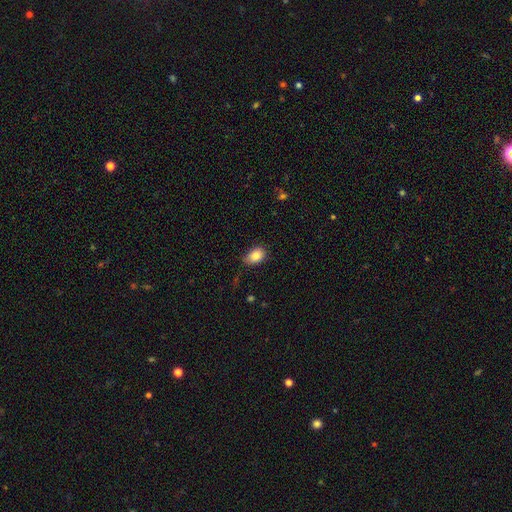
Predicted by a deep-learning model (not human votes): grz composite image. It shows a smooth galaxy with no disk features (85%) that is in between round and cigar-shaped (80%). Merging: none (69%).